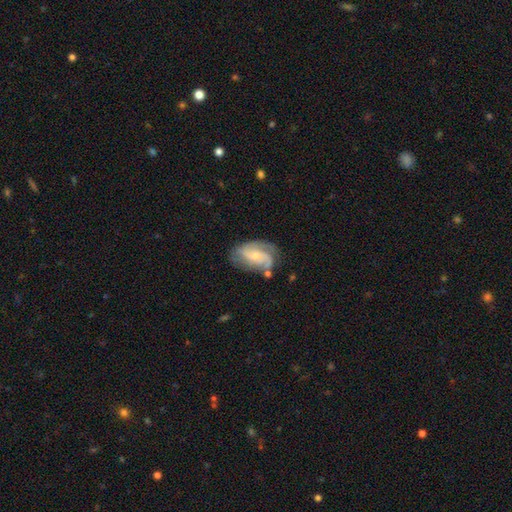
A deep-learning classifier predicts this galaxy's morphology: This is likely a featured or disk galaxy (75%). It is clearly not viewed edge-on (97%). Bar: possibly no (56%). Spiral arm pattern: clearly yes (93%). Spiral arm count: possibly 2 (54%). Spiral winding: possibly medium (46%). Central bulge: possibly small (57%). Merging: possibly none (57%).